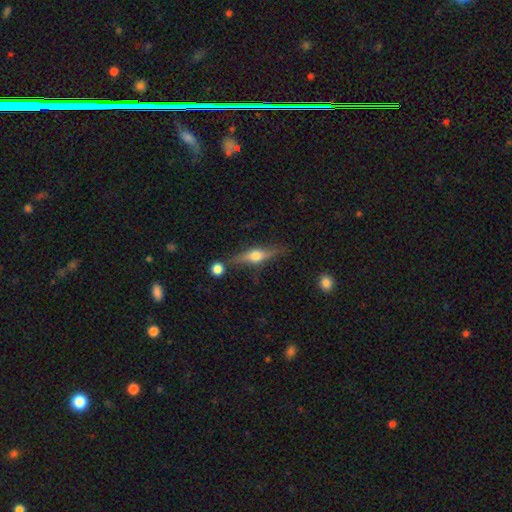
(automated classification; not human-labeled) featured or disk 67%, smooth 25%, star or artifact 7%. Down the decision tree: edge-on disk — yes (94%); edge-on bulge — rounded (94%); merging — none (76%).